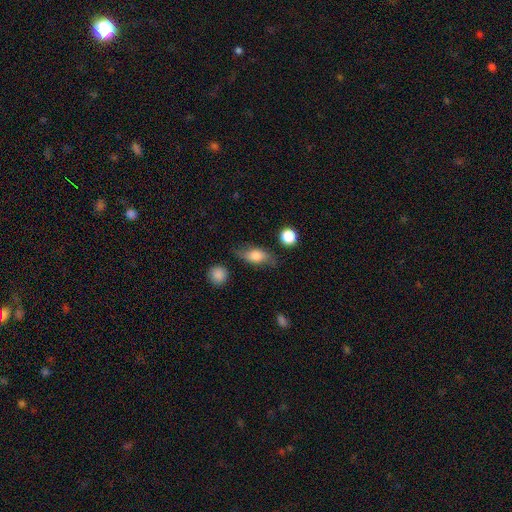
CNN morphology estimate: A smooth galaxy with no disk features (65%) that is in between round and cigar-shaped (77%).

Vote fractions:
- Smooth or featured? smooth: 65% / featured or disk: 27% / star or artifact: 8%
- How rounded? in between: 77% / cigar-shaped: 12% / round: 11%
- Merging? none: 65% / minor disturbance: 24% / major disturbance: 8% / merger: 3%